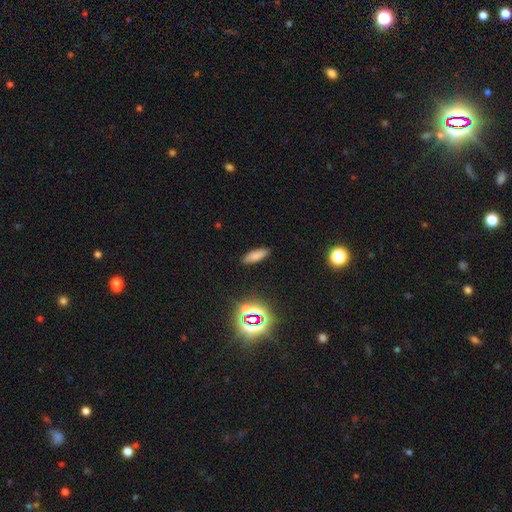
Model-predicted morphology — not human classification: Smooth or featured?
  - smooth: 75% *
  - star or artifact: 16%
  - featured or disk: 9%
How rounded?
  - in between: 58% *
  - cigar-shaped: 39%
  - round: 3%
Merging?
  - none: 88% *
  - minor disturbance: 8%
  - major disturbance: 2%
  - merger: 1%